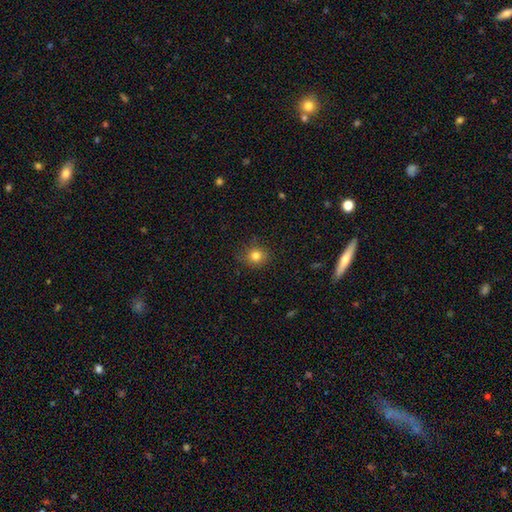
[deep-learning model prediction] Overall: smooth (80%). How rounded: round (80%). Merging: none (85%).